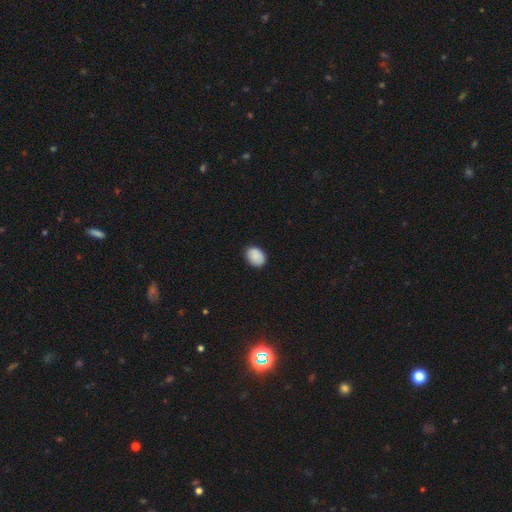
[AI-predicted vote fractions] A smooth galaxy with no disk features (88%) that is in between round and cigar-shaped (69%).

Vote fractions:
- Smooth or featured? smooth: 88% / star or artifact: 7% / featured or disk: 5%
- How rounded? in between: 69% / round: 30% / cigar-shaped: 1%
- Merging? none: 85% / minor disturbance: 11% / major disturbance: 2% / merger: 1%